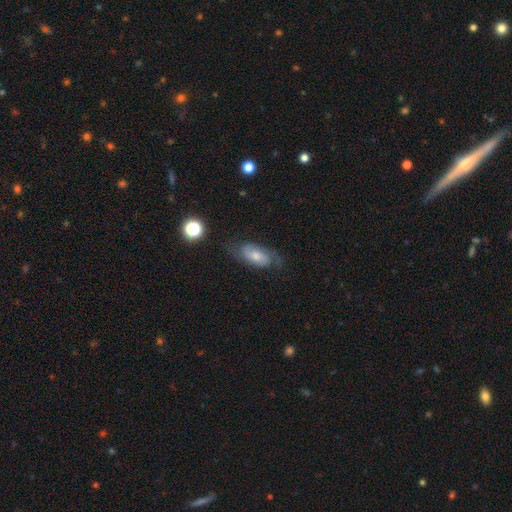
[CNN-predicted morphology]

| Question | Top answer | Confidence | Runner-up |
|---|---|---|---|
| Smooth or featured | featured or disk | 49% | smooth (41%) |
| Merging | none | 63% | minor disturbance (23%) |